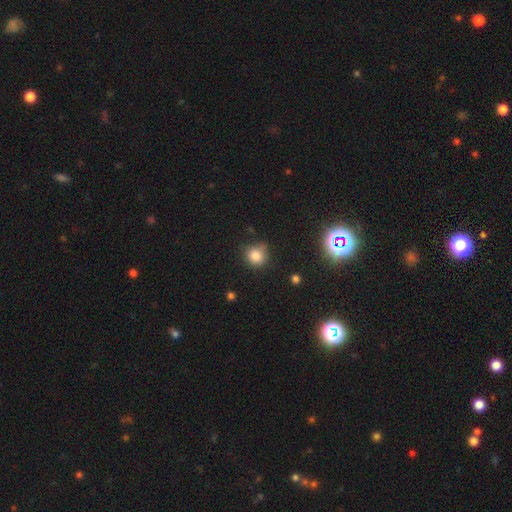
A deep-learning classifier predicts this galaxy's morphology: smooth-or-featured: smooth: 82% | star or artifact: 13% | featured or disk: 6%
  how-rounded: round: 87% | in between: 12% | cigar-shaped: 1%
  merging: none: 73% | minor disturbance: 19% | major disturbance: 4% | merger: 3%